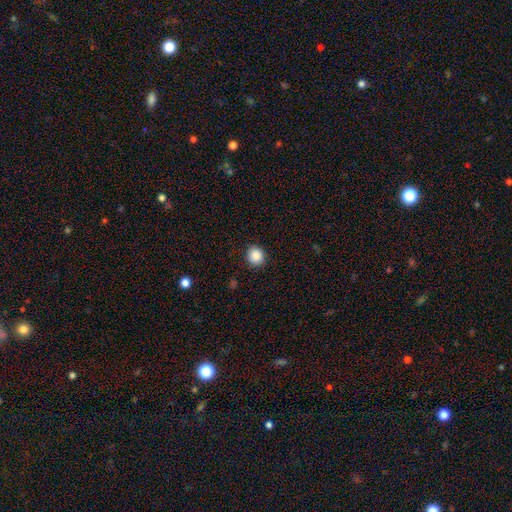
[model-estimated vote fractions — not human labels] Smooth or featured?
  - smooth: 88% *
  - star or artifact: 9%
  - featured or disk: 4%
How rounded?
  - round: 85% *
  - in between: 14%
  - cigar-shaped: 1%
Merging?
  - none: 88% *
  - minor disturbance: 8%
  - major disturbance: 2%
  - merger: 1%